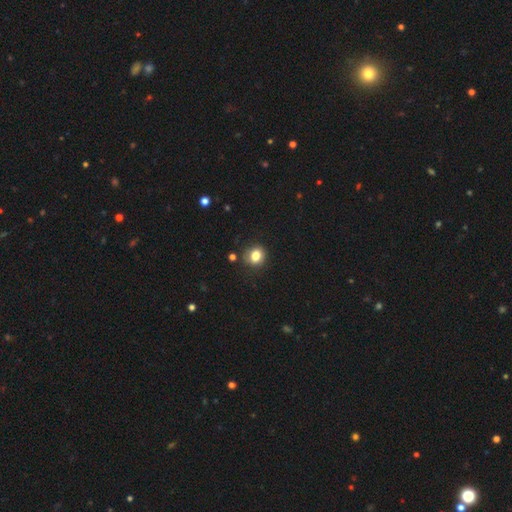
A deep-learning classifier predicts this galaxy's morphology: Smooth or featured? Predicted: smooth (p=0.81). How rounded? Predicted: round (p=0.69). Merging? Predicted: none (p=0.81).